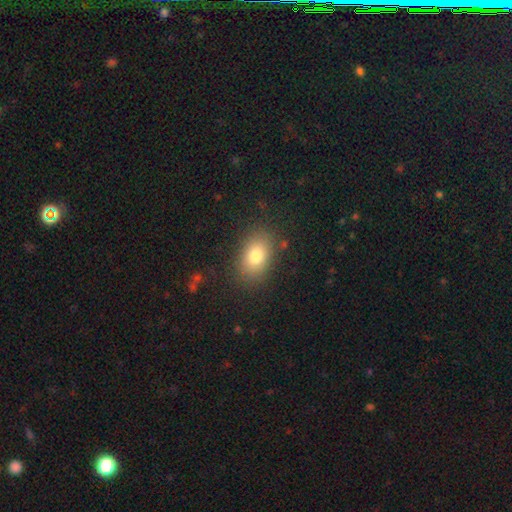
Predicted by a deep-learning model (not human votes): A smooth galaxy with no disk features (79%) that is in between round and cigar-shaped (81%).

Vote fractions:
- Smooth or featured? smooth: 79% / featured or disk: 11% / star or artifact: 10%
- How rounded? in between: 81% / round: 17% / cigar-shaped: 1%
- Merging? none: 84% / minor disturbance: 10% / major disturbance: 4% / merger: 1%